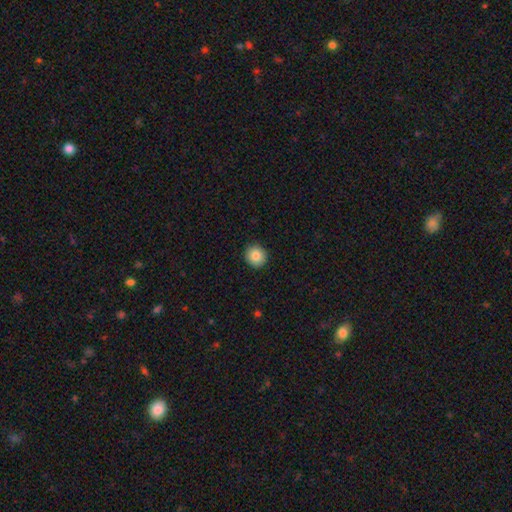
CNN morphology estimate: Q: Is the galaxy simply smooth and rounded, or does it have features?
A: smooth — 85%.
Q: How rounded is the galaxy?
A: round — 89%.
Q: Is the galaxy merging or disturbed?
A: none — 92%.